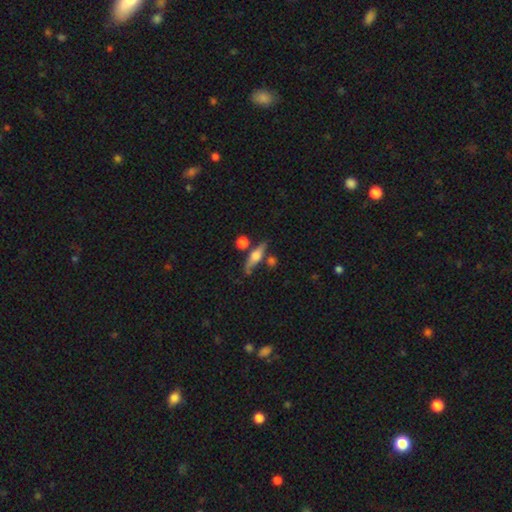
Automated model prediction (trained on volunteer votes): The model was most divided on "smooth or featured": featured or disk: 59%, smooth: 33%, star or artifact: 8%. More confident: edge-on disk — yes (90%); edge-on bulge — rounded (88%); merging — none (68%).